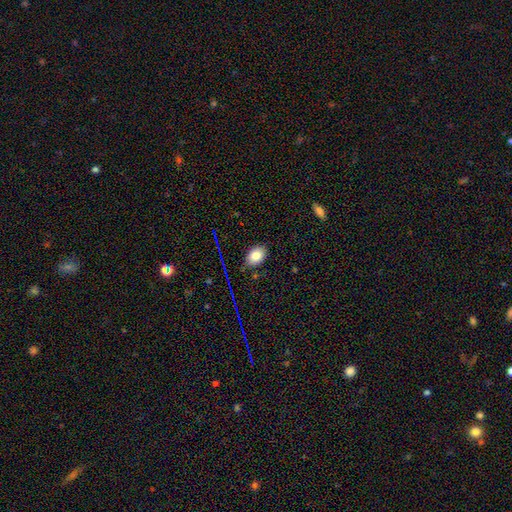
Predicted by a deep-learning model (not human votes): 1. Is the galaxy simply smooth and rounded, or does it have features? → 81% smooth, 10% star or artifact, 8% featured or disk.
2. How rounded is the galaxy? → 82% in between, 17% round, 1% cigar-shaped.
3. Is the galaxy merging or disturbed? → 84% none, 12% minor disturbance, 3% major disturbance, 2% merger.